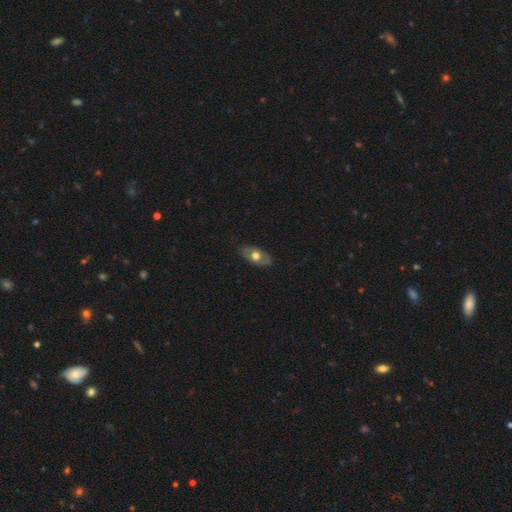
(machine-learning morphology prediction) type=smooth (50%); roundness=in between (86%); merging=none (78%).